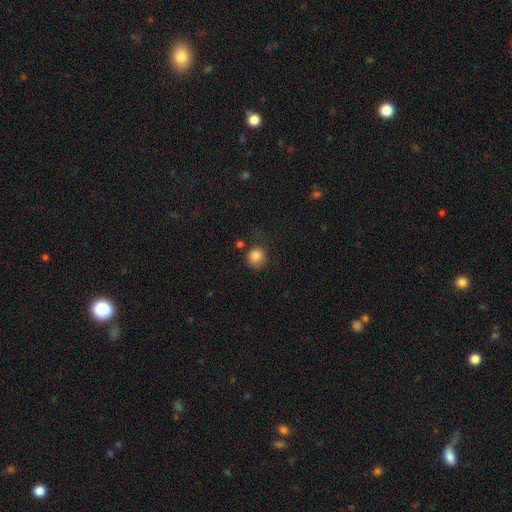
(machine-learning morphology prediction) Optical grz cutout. It shows a smooth galaxy with no disk features (84%) that is round (86%). Merging: none (69%).